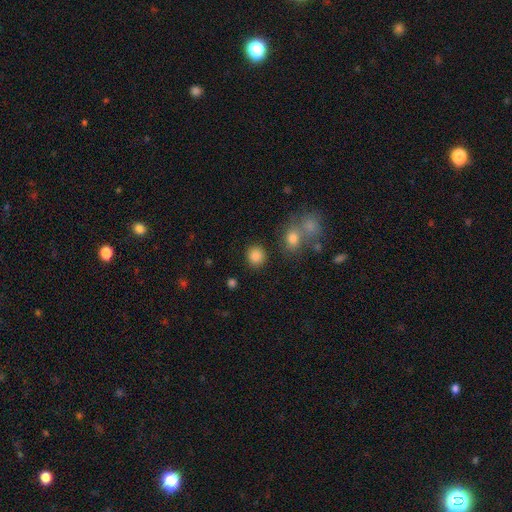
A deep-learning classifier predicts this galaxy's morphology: Smooth or featured? smooth (85%)
How rounded? round (84%)
Merging? none (83%)